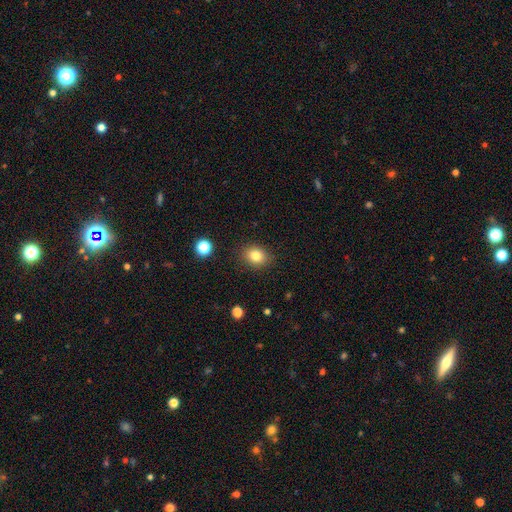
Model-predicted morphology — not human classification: smooth_or_featured: smooth (p=0.82) [alt: star or artifact p=0.11]
how_rounded: round (p=0.50) [alt: in between p=0.49]
merging: none (p=0.87) [alt: minor disturbance p=0.09]